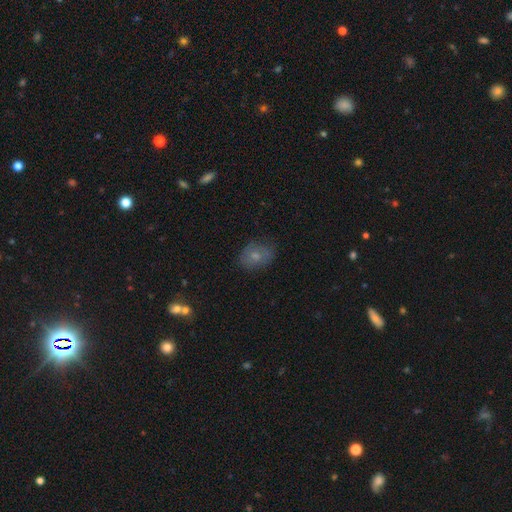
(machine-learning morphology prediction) Smooth or featured?
  - smooth: 67% *
  - featured or disk: 22%
  - star or artifact: 11%
How rounded?
  - in between: 61% *
  - round: 38%
  - cigar-shaped: 1%
Merging?
  - none: 75% *
  - minor disturbance: 19%
  - major disturbance: 5%
  - merger: 1%